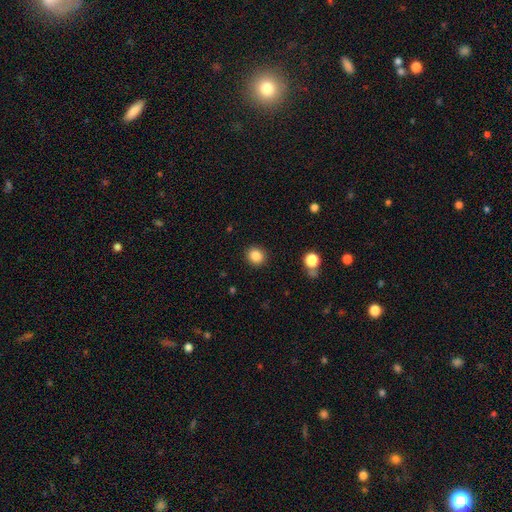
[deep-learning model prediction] Smooth or featured?
  - smooth: 85% *
  - star or artifact: 10%
  - featured or disk: 4%
How rounded?
  - round: 84% *
  - in between: 15%
  - cigar-shaped: 1%
Merging?
  - none: 90% *
  - minor disturbance: 6%
  - major disturbance: 2%
  - merger: 1%